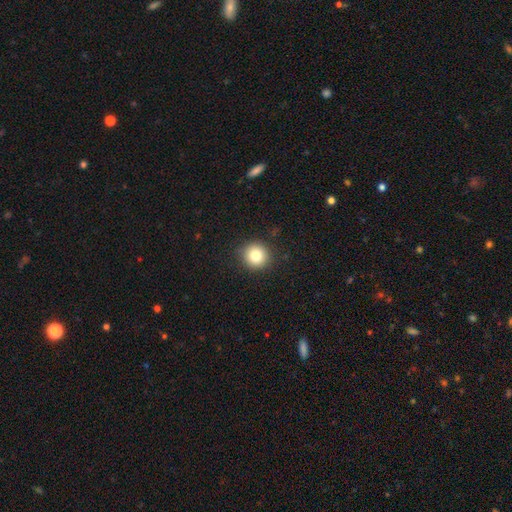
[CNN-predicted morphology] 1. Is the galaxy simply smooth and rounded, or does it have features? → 80% smooth, 11% star or artifact, 9% featured or disk.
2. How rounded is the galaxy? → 93% round, 6% in between, 1% cigar-shaped.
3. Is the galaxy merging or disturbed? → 90% none, 7% minor disturbance, 2% major disturbance, 1% merger.